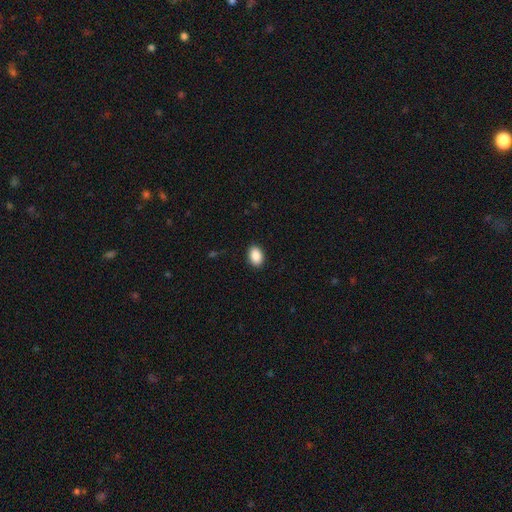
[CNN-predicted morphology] Overall: smooth (90%). How rounded: in between (84%). Merging: none (90%).